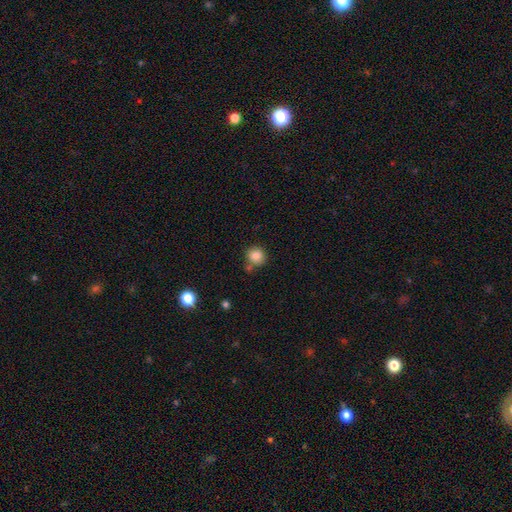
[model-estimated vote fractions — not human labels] The model was most divided on "merging": none: 69%, merger: 14%, minor disturbance: 13%, major disturbance: 4%. More confident: how rounded — round (88%); smooth or featured — smooth (85%).